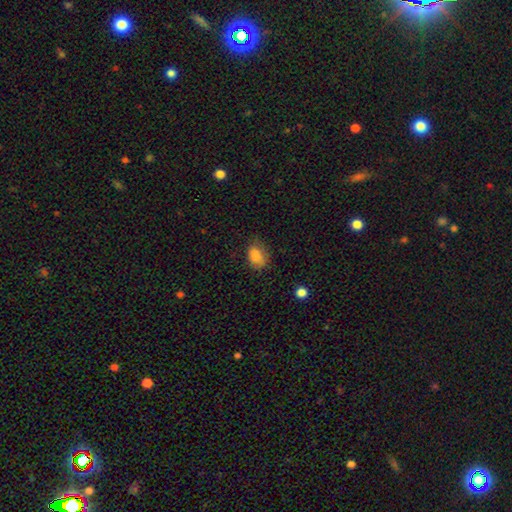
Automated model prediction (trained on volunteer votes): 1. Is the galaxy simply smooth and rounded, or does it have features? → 83% smooth, 10% star or artifact, 7% featured or disk.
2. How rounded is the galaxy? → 81% in between, 18% round, 2% cigar-shaped.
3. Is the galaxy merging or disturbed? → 59% none, 29% minor disturbance, 10% major disturbance, 2% merger.